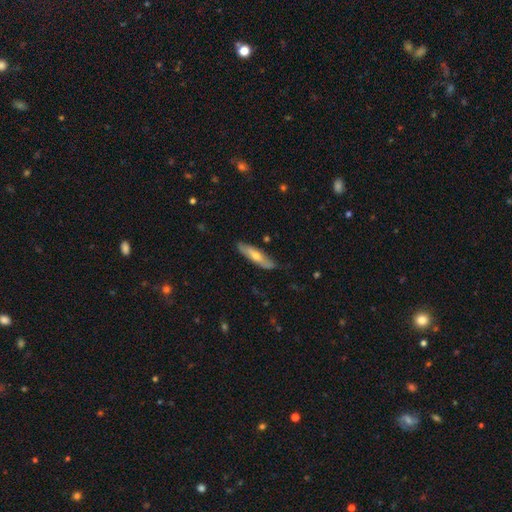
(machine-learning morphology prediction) smooth-or-featured: smooth: 53% | featured or disk: 41% | star or artifact: 5%
  how-rounded: cigar-shaped: 71% | in between: 27% | round: 2%
  merging: none: 82% | minor disturbance: 15% | major disturbance: 2% | merger: 1%